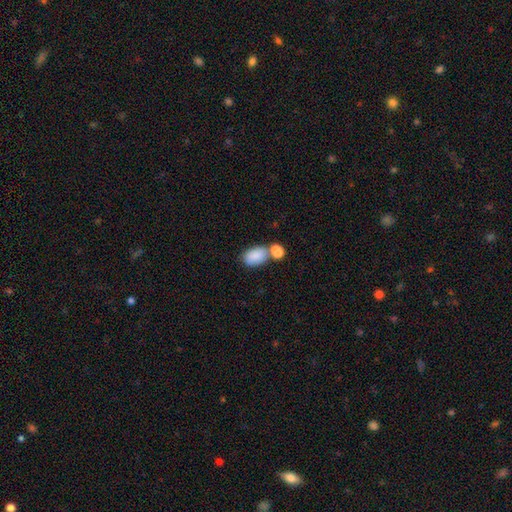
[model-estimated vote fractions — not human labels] smooth_or_featured: smooth (p=0.85) [alt: featured or disk p=0.08]
how_rounded: in between (p=0.91) [alt: round p=0.08]
merging: merger (p=0.42) [alt: none p=0.40]